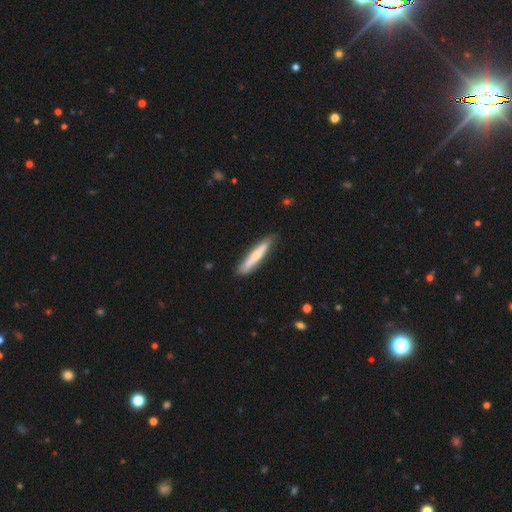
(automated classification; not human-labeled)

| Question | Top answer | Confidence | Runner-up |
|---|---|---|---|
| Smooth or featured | smooth | 59% | featured or disk (36%) |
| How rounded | cigar-shaped | 90% | in between (9%) |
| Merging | none | 83% | minor disturbance (14%) |